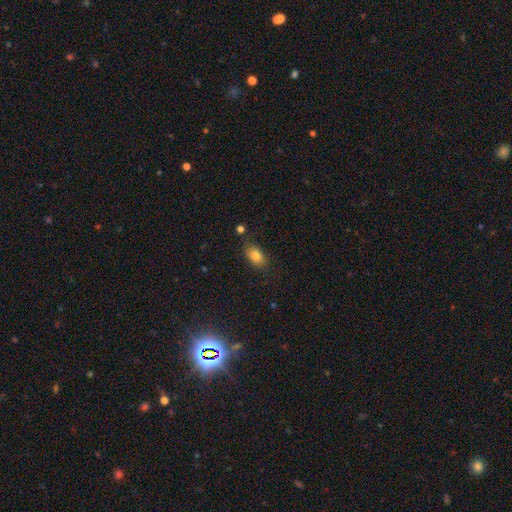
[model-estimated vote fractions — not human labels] smooth 80%, star or artifact 10%, featured or disk 9%. Down the decision tree: how rounded — in between (84%); merging — none (78%).